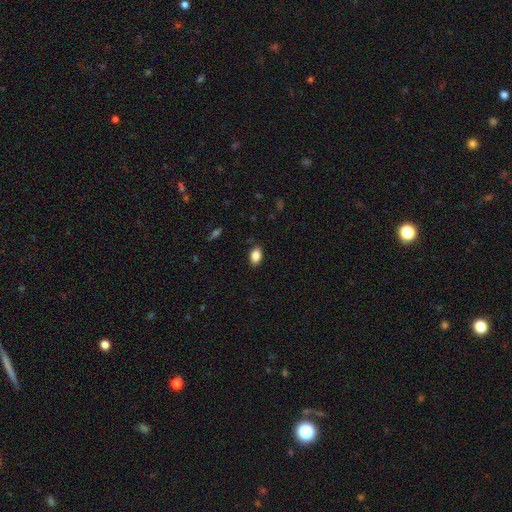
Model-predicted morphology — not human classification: smooth_or_featured: smooth (p=0.87) [alt: star or artifact p=0.08]
how_rounded: in between (p=0.89) [alt: round p=0.09]
merging: none (p=0.85) [alt: minor disturbance p=0.11]